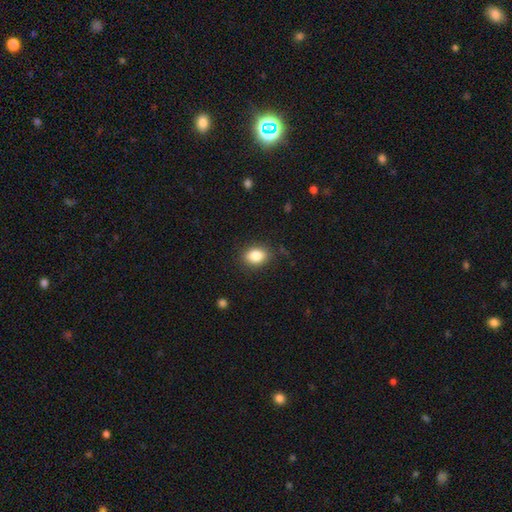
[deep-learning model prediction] Smooth or featured? Predicted: smooth (p=0.84). How rounded? Predicted: in between (p=0.64). Merging? Predicted: none (p=0.85).